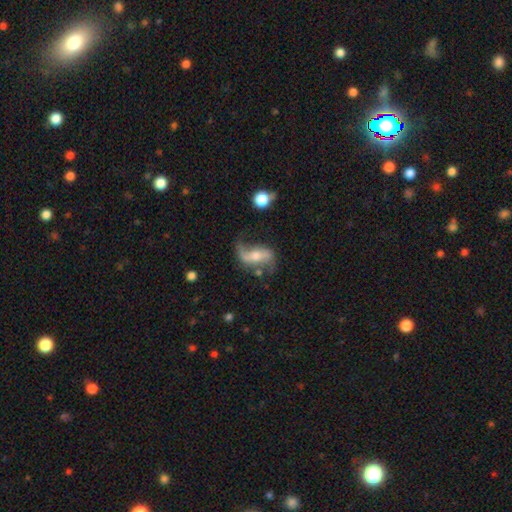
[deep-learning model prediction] A featured or disk galaxy (80%) with no bar (34%), 2 (83%) loose (78%) spiral arms (92%) and a moderate central bulge (52%).

Vote fractions:
- Smooth or featured? featured or disk: 80% / smooth: 13% / star or artifact: 7%
- Edge-on disk? no: 94% / yes: 6%
- Bar? no: 34% / weak: 33% / strong: 33%
- Spiral arms? yes: 92% / no: 8%
- Spiral winding? loose: 78% / medium: 17% / tight: 5%
- Spiral arm count? 2: 83% / 1: 10% / can't tell: 3% / 3: 1% / 4: 1% / more than 4: 1%
- Bulge size? moderate: 52% / small: 38% / large: 4% / none: 4% / dominant: 1%
- Merging? none: 57% / minor disturbance: 21% / major disturbance: 18% / merger: 4%